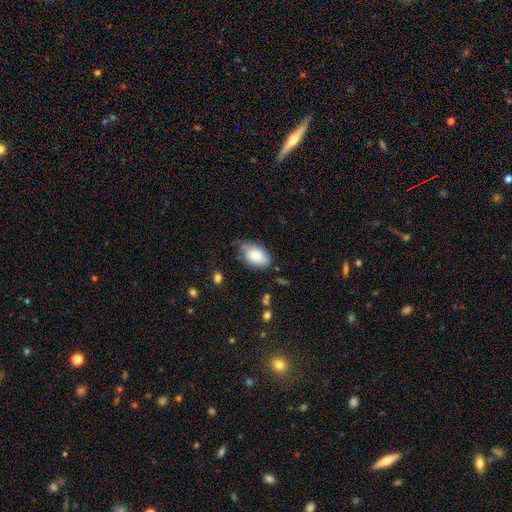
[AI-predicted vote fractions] This appears to be a smooth galaxy with no disk features (82%) that is in between round and cigar-shaped (92%). Merging: none (56%).